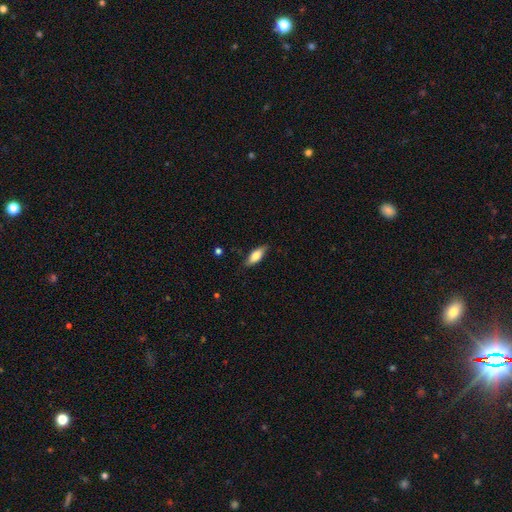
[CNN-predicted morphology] Smooth or featured? Predicted: smooth (p=0.75). How rounded? Predicted: in between (p=0.77). Merging? Predicted: none (p=0.78).